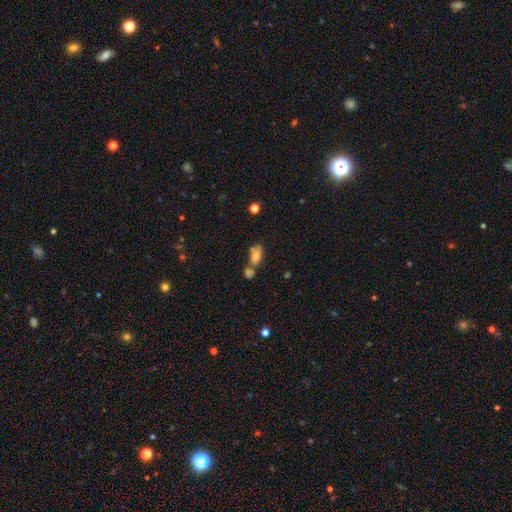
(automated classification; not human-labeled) smooth_or_featured: smooth (p=0.72) [alt: featured or disk p=0.17]
how_rounded: in between (p=0.84) [alt: round p=0.09]
merging: merger (p=0.43) [alt: none p=0.35]